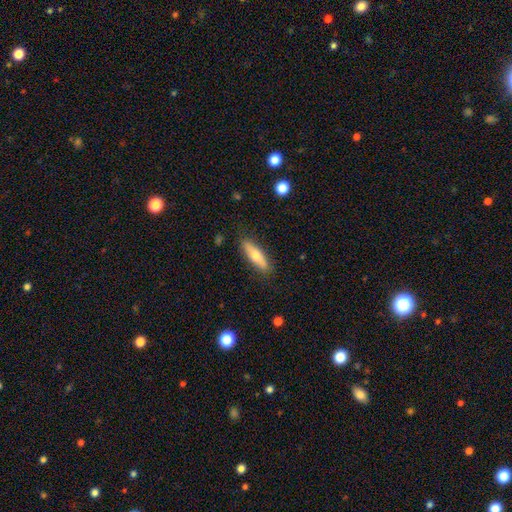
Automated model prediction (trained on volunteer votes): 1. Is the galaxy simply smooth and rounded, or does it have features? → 57% smooth, 36% featured or disk, 6% star or artifact.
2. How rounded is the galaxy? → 64% cigar-shaped, 34% in between, 2% round.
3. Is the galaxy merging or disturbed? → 85% none, 11% minor disturbance, 2% major disturbance, 1% merger.